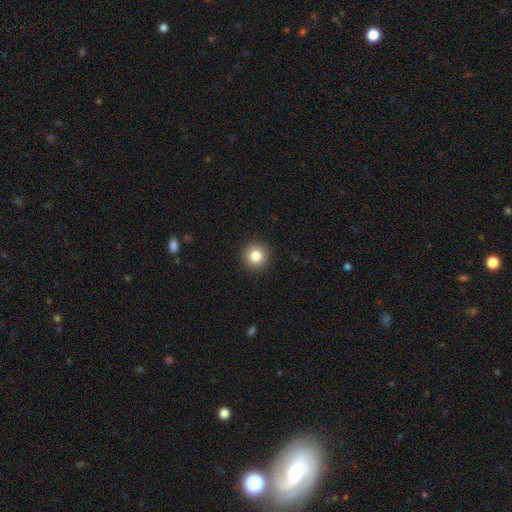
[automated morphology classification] Smooth or featured? Predicted: smooth (p=0.84). How rounded? Predicted: round (p=0.95). Merging? Predicted: none (p=0.92).